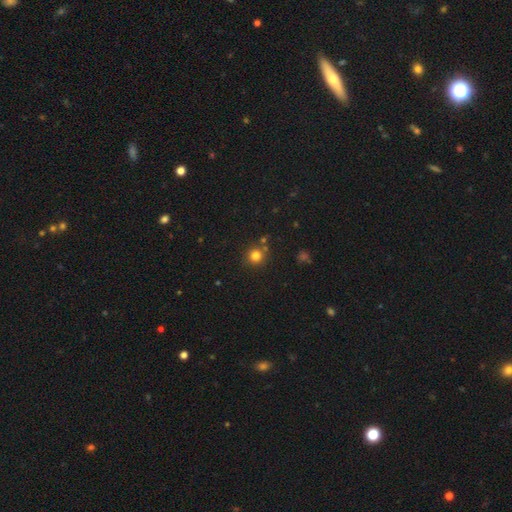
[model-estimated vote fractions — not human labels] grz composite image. It shows a smooth galaxy with no disk features (81%) that is round (92%). Merging: none (79%).